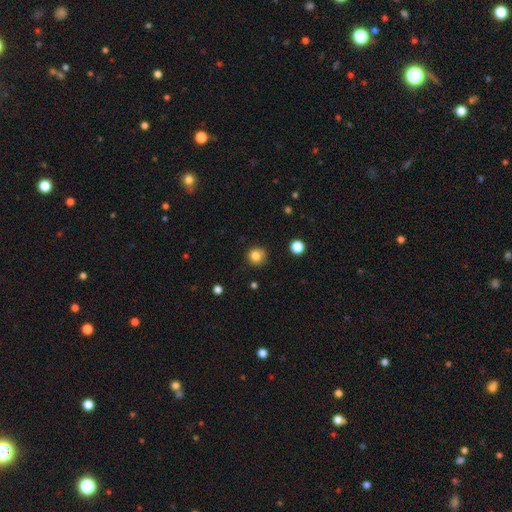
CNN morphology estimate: A smooth galaxy with no disk features (83%) that is round (92%).

Vote fractions:
- Smooth or featured? smooth: 83% / star or artifact: 12% / featured or disk: 5%
- How rounded? round: 92% / in between: 7% / cigar-shaped: 1%
- Merging? none: 83% / minor disturbance: 12% / major disturbance: 3% / merger: 2%